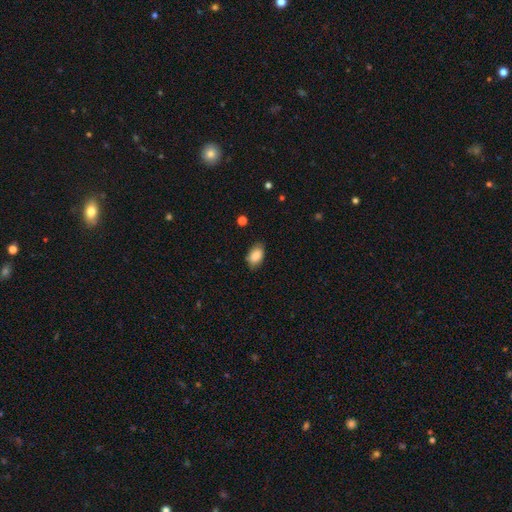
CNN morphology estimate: smooth_or_featured: smooth (p=0.86) [alt: star or artifact p=0.07]
how_rounded: in between (p=0.90) [alt: round p=0.08]
merging: none (p=0.79) [alt: minor disturbance p=0.17]